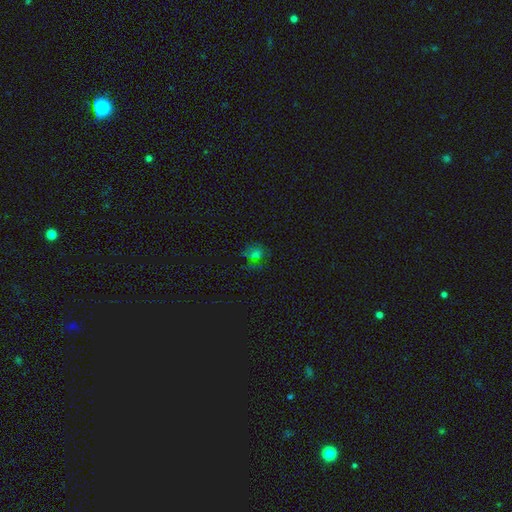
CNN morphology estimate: Q: Smooth or featured?
A: smooth (50%); runner-up: star or artifact (36%)
Q: How rounded?
A: round (75%); runner-up: in between (24%)
Q: Merging?
A: none (67%); runner-up: minor disturbance (19%)